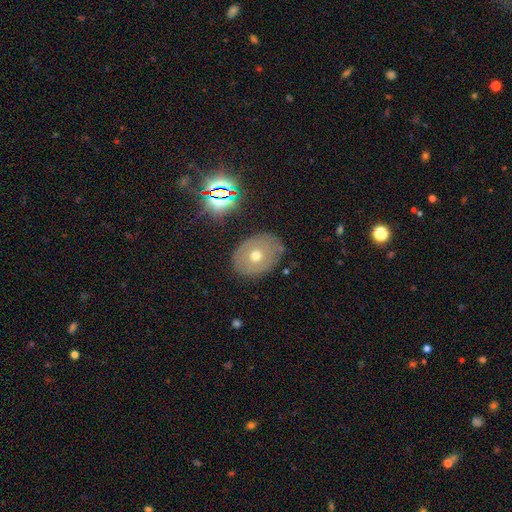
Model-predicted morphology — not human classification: Overall: smooth (50%; featured or disk 39%). Merging: none (78%).